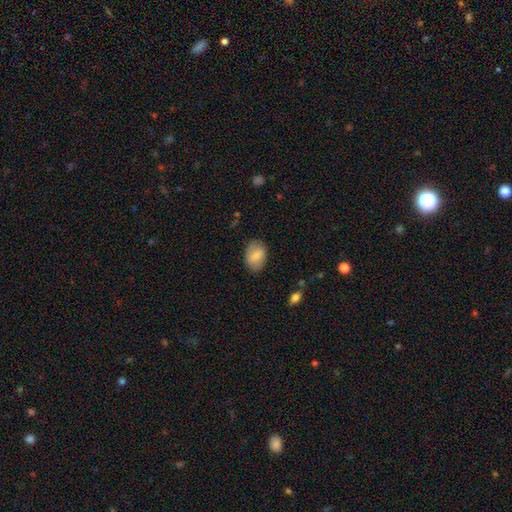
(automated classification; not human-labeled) Smooth or featured: smooth — 80% (featured or disk — 14%)
How rounded: in between — 83% (round — 15%)
Merging: none — 81% (minor disturbance — 14%)